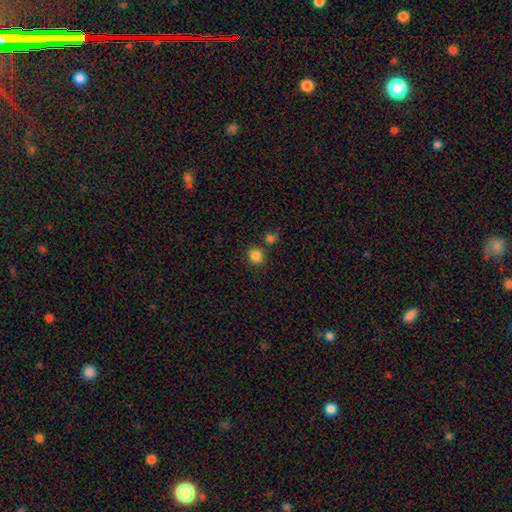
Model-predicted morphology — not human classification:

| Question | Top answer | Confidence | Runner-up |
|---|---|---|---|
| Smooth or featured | smooth | 85% | star or artifact (12%) |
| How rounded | round | 90% | in between (9%) |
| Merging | none | 81% | merger (9%) |